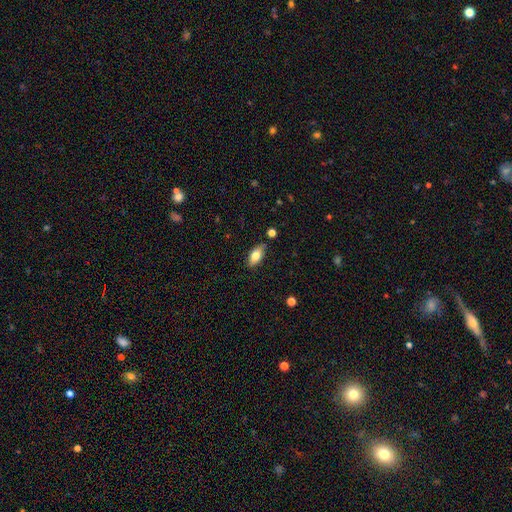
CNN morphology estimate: Q: Smooth or featured?
A: smooth (74%); runner-up: featured or disk (19%)
Q: How rounded?
A: in between (87%); runner-up: cigar-shaped (9%)
Q: Merging?
A: none (80%); runner-up: minor disturbance (15%)